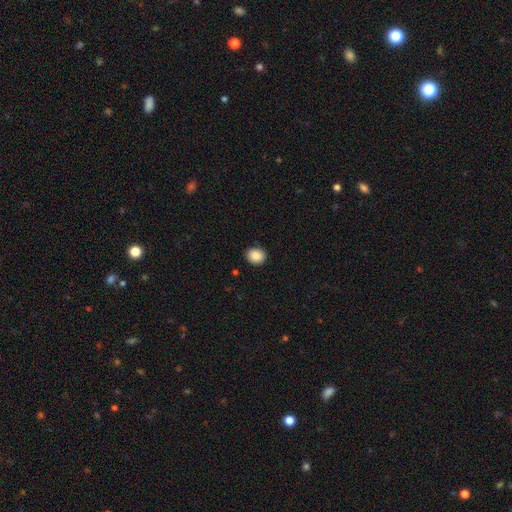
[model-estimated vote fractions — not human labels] Smooth or featured? Predicted: smooth (p=0.89). How rounded? Predicted: round (p=0.67). Merging? Predicted: none (p=0.88).